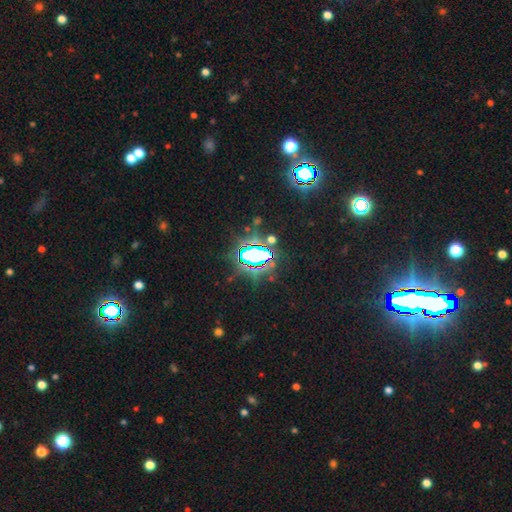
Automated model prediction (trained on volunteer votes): This is likely a star or artifact rather than a galaxy (71%).